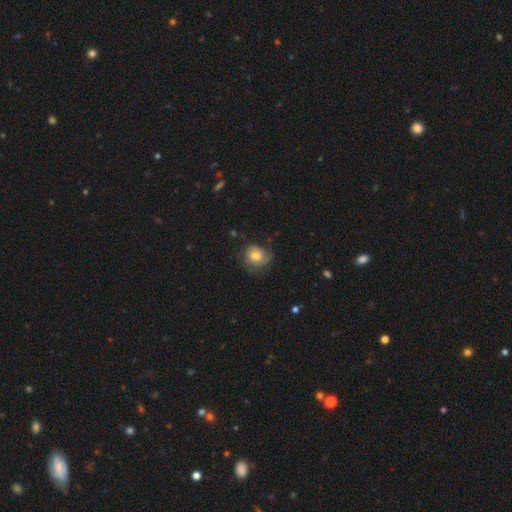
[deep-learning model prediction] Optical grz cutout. It shows a smooth galaxy with no disk features (61%) that is round (72%). Merging: none (57%).